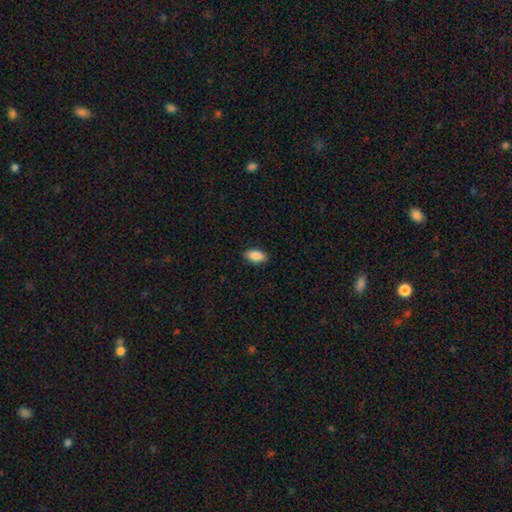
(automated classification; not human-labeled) This is clearly a smooth galaxy (90%). How rounded: clearly in between (93%). Merging: clearly none (87%).